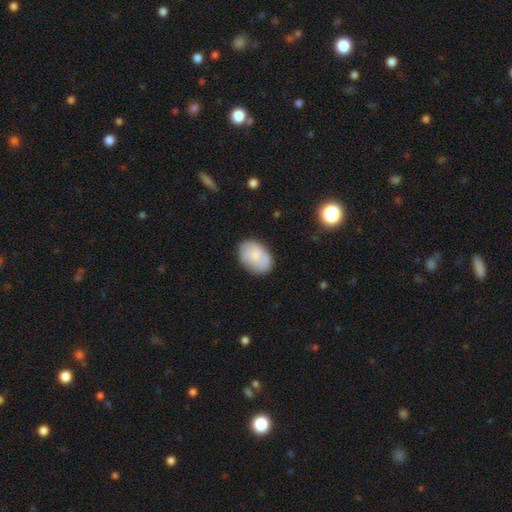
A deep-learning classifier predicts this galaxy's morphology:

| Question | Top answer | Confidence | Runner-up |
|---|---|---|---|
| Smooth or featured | smooth | 73% | featured or disk (20%) |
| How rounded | in between | 82% | round (17%) |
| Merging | none | 72% | minor disturbance (19%) |